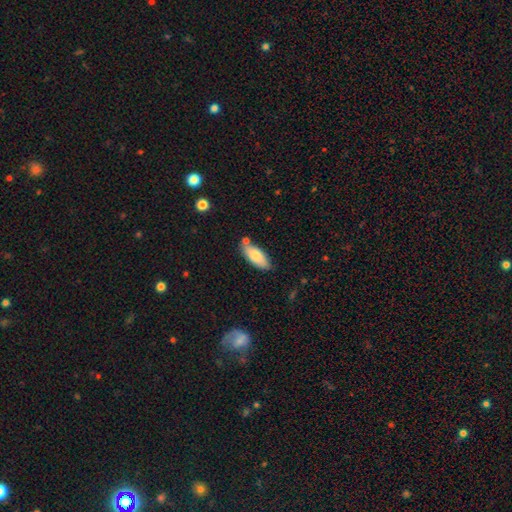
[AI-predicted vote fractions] Smooth or featured: smooth — 81% (featured or disk — 13%)
How rounded: in between — 82% (cigar-shaped — 17%)
Merging: none — 73% (minor disturbance — 16%)